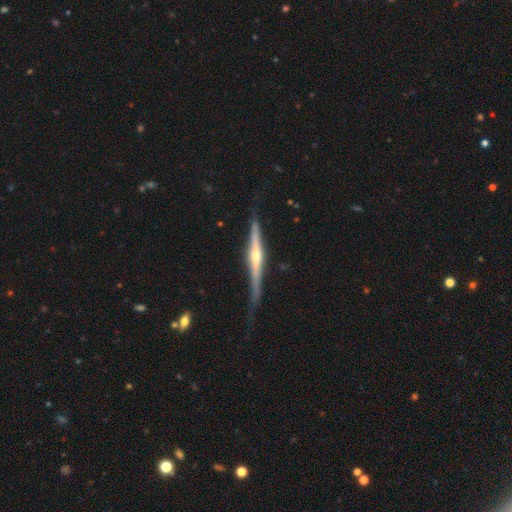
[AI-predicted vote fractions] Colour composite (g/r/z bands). It shows a featured or disk galaxy (79%) viewed edge-on (97%) with a rounded central bulge (81%). Merging: none (71%).